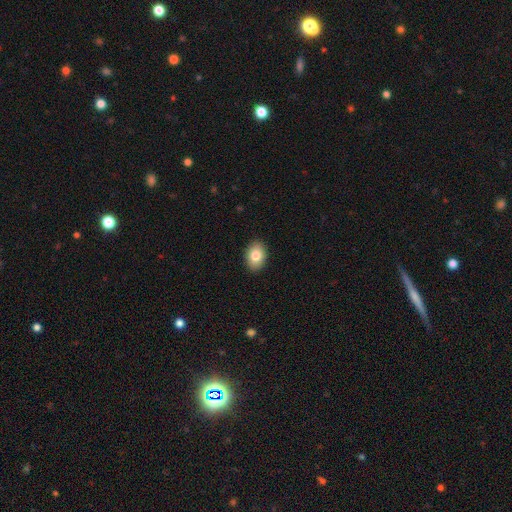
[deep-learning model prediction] Morphology: type=smooth (84%); roundness=in between (84%); merging=none (90%).